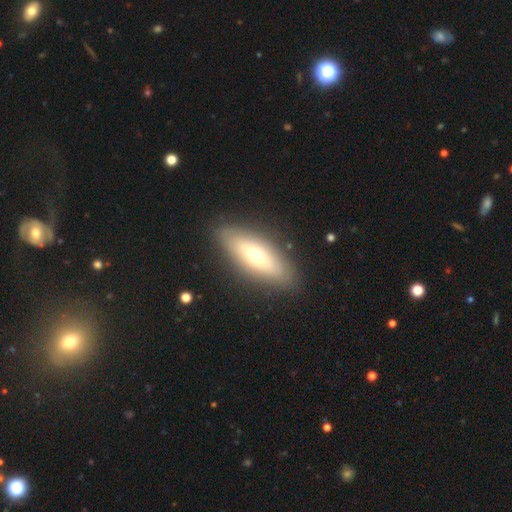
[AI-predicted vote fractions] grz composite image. It shows a smooth galaxy with no disk features (57%) that is in between round and cigar-shaped (63%). Merging: none (86%).